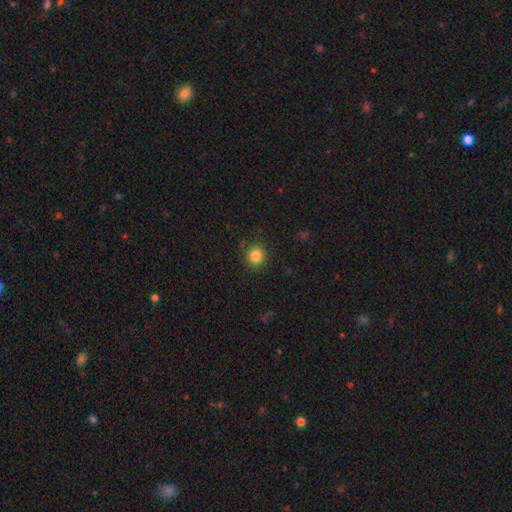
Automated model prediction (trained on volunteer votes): Overall: smooth (84%). How rounded: round (92%). Merging: none (87%).